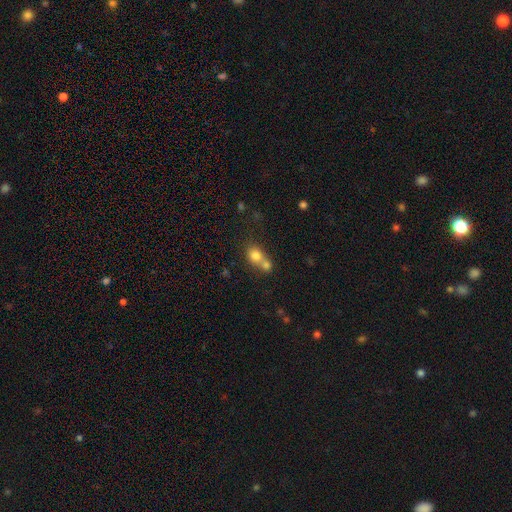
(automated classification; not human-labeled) This appears to be a smooth galaxy with no disk features (77%) that is round (67%). Merging: merger (64%).